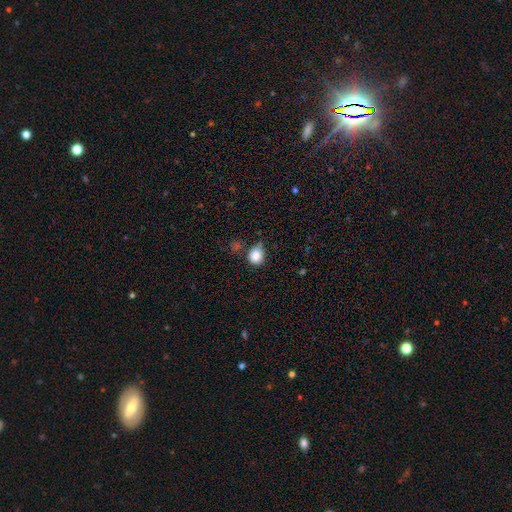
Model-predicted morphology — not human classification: Smooth or featured? Predicted: smooth (p=0.84). How rounded? Predicted: round (p=0.76). Merging? Predicted: none (p=0.59).